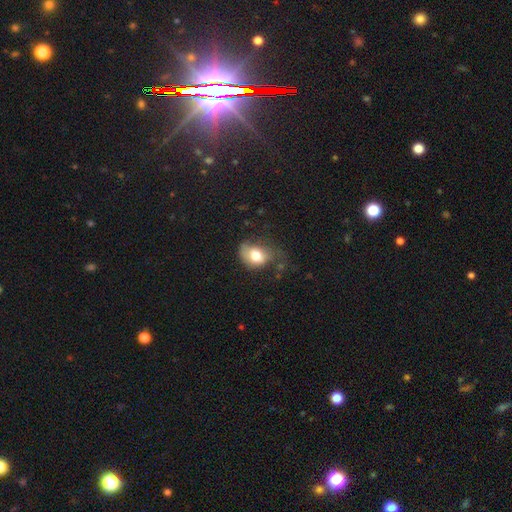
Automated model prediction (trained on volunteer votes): Q: Smooth or featured?
A: smooth (74%); runner-up: featured or disk (18%)
Q: How rounded?
A: in between (66%); runner-up: round (32%)
Q: Merging?
A: minor disturbance (35%); runner-up: none (34%)